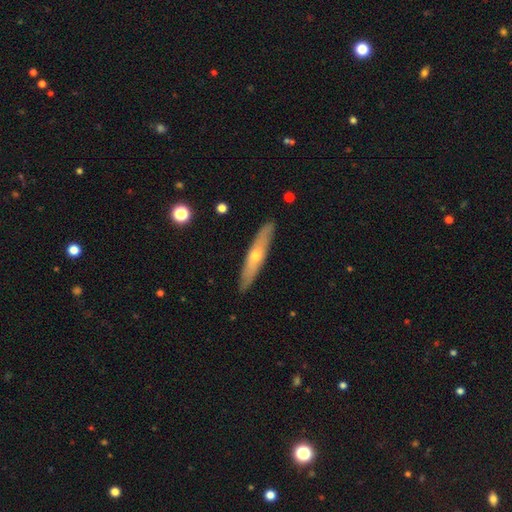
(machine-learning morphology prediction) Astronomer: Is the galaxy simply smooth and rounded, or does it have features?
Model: featured or disk — 56% (runner-up: smooth, 38%).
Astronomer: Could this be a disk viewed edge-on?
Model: yes — 84%.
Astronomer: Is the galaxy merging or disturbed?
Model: none — 89%.